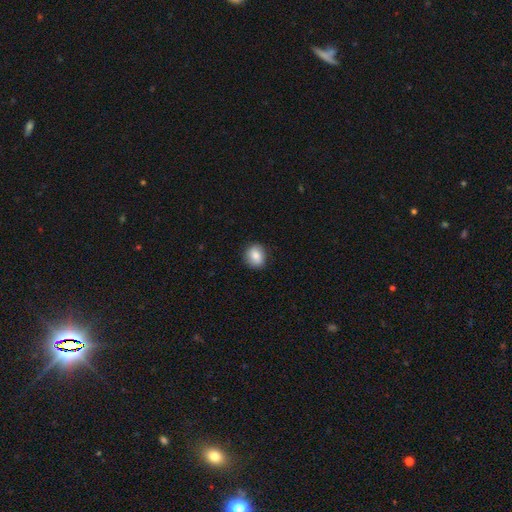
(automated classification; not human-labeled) This appears to be a smooth galaxy with no disk features (84%) that is round (69%). Merging: none (87%).